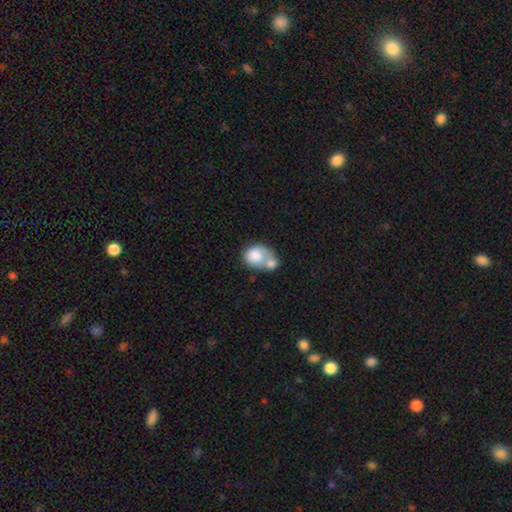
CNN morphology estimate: This appears to be a smooth galaxy with no disk features (75%) that is in between round and cigar-shaped (51%). Merging: merger (62%).